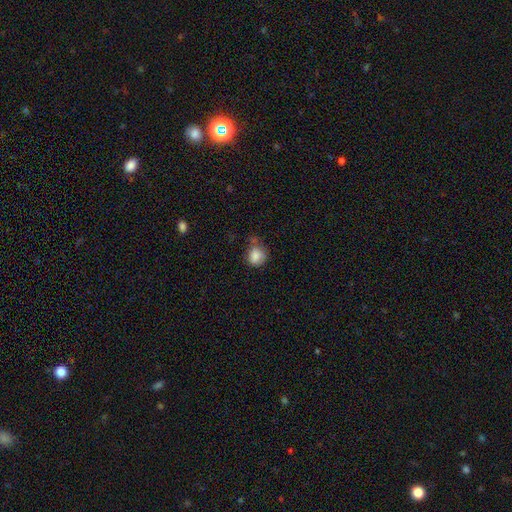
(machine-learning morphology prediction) This is clearly a smooth galaxy (84%). How rounded: likely round (69%). Merging: possibly none (51%).